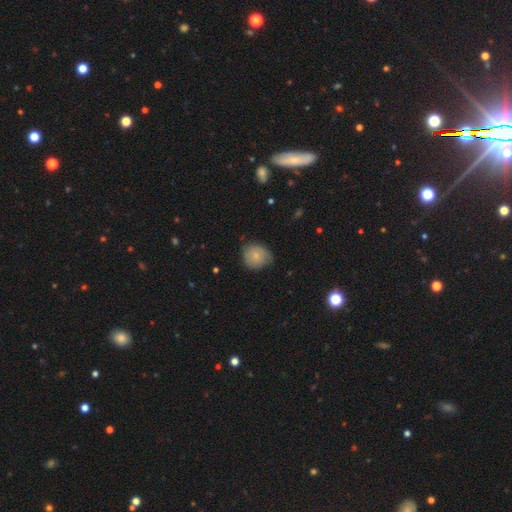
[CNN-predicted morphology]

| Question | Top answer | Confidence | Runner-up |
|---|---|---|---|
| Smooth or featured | smooth | 74% | featured or disk (18%) |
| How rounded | round | 78% | in between (21%) |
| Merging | none | 64% | minor disturbance (29%) |